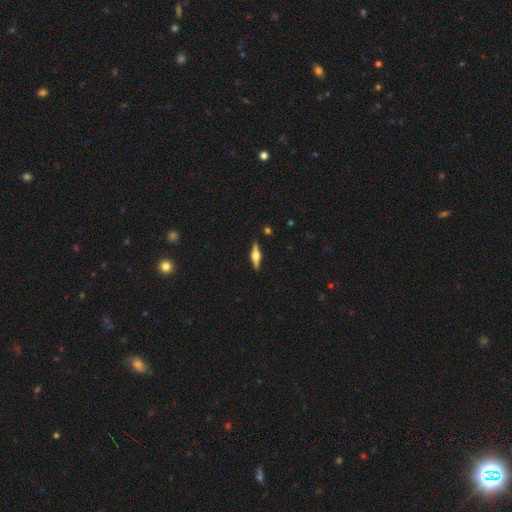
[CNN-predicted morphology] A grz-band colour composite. It shows a featured or disk galaxy (68%) viewed edge-on (97%) with a rounded central bulge (93%). Merging: none (90%).